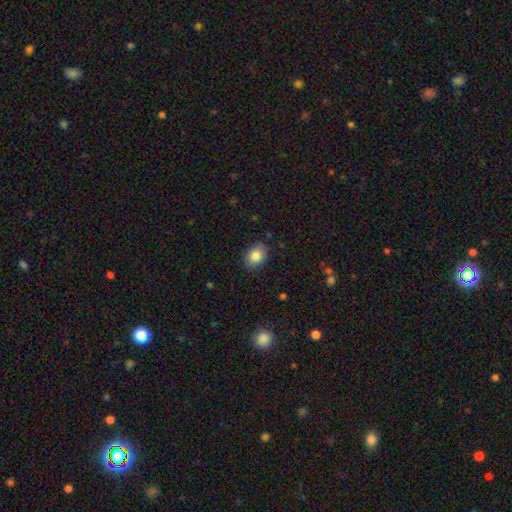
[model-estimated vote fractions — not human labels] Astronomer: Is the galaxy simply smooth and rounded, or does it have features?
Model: smooth — 86%.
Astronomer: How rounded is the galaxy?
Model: in between — 66%.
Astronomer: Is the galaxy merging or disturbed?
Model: none — 87%.